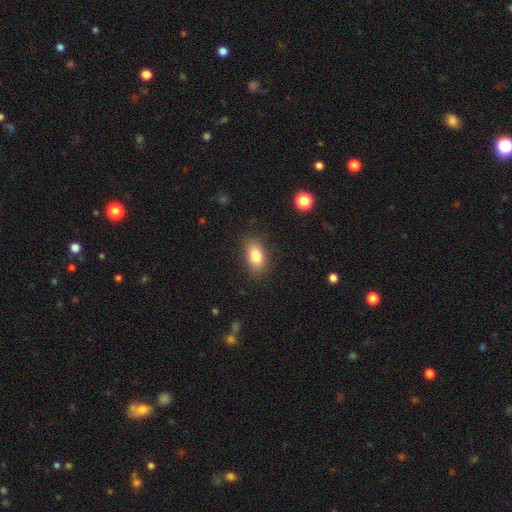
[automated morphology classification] A smooth galaxy with no disk features (83%) that is in between round and cigar-shaped (88%).

Vote fractions:
- Smooth or featured? smooth: 83% / featured or disk: 9% / star or artifact: 8%
- How rounded? in between: 88% / round: 8% / cigar-shaped: 4%
- Merging? none: 85% / minor disturbance: 11% / major disturbance: 3% / merger: 1%